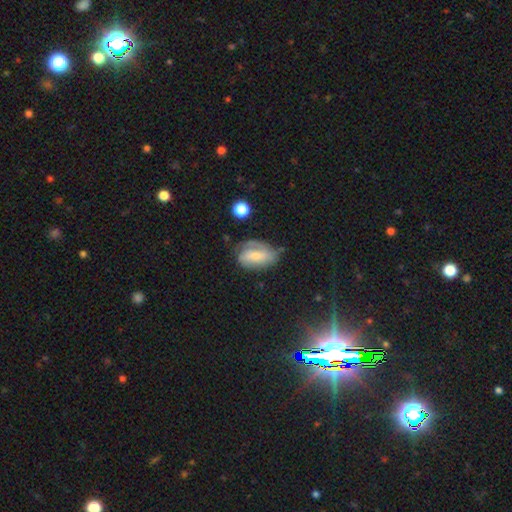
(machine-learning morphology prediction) Overall: featured or disk (58%; smooth 34%). Edge-on disk: no (95%). Bar: no (46%; weak 37%). Spiral arms: yes (82%). Bulge size: small (56%; moderate 34%). Merging: none (53%; minor disturbance 29%).